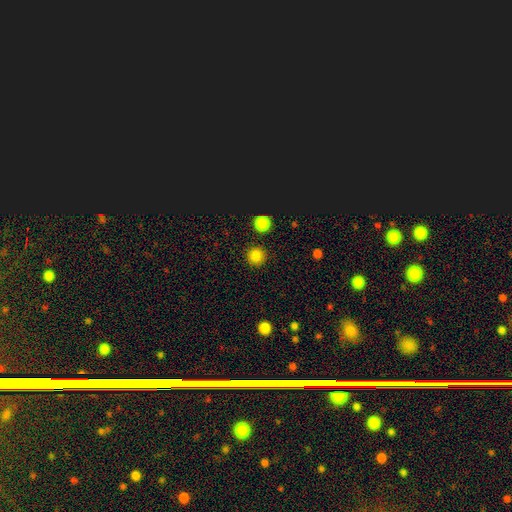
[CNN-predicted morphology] smooth 83%, star or artifact 13%, featured or disk 4%. Down the decision tree: how rounded — round (95%); merging — none (90%).